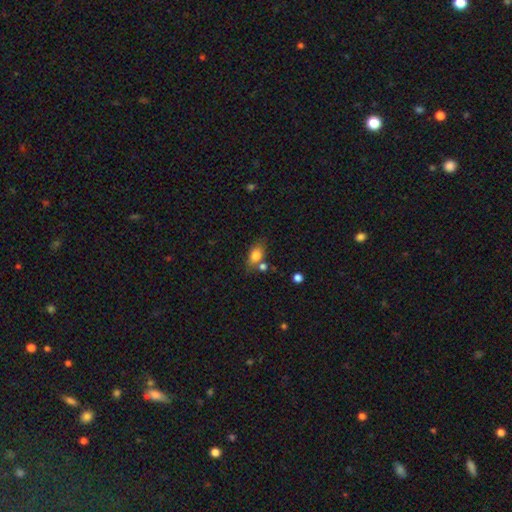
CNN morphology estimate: Smooth or featured? smooth (79%)
How rounded? in between (82%)
Merging? none (62%)